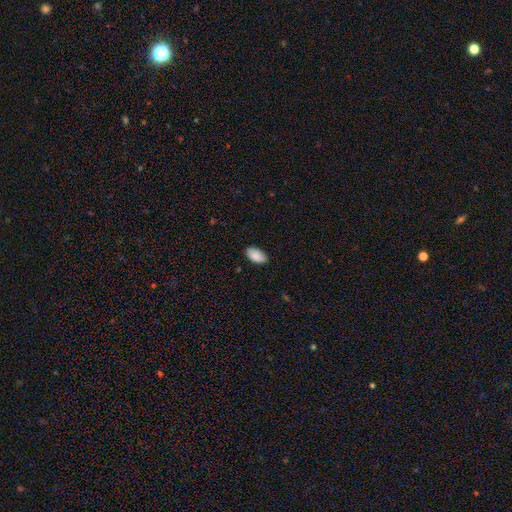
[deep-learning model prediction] This appears to be a smooth galaxy with no disk features (89%) that is in between round and cigar-shaped (95%). Merging: none (84%).